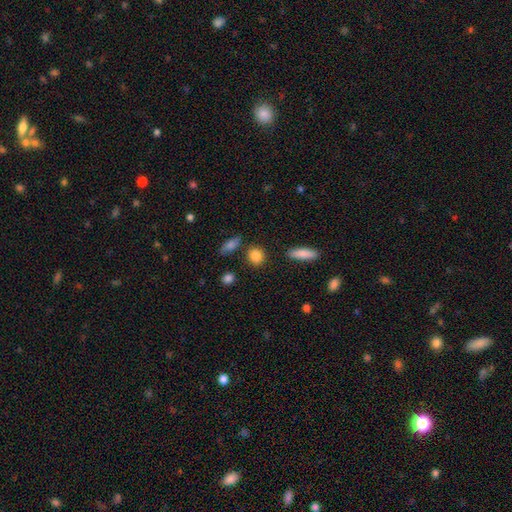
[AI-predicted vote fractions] smooth_or_featured: smooth (p=0.85) [alt: star or artifact p=0.08]
how_rounded: round (p=0.73) [alt: in between p=0.24]
merging: none (p=0.85) [alt: minor disturbance p=0.08]